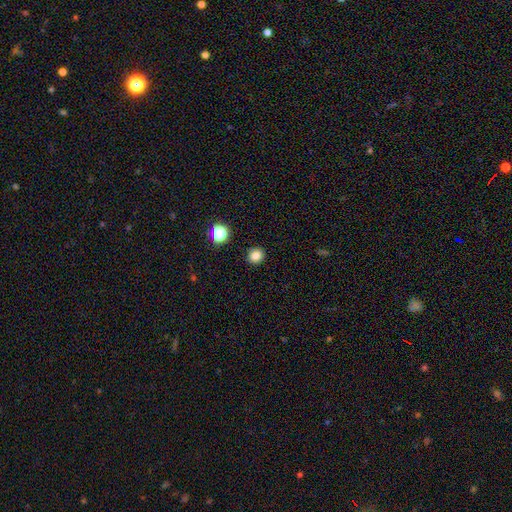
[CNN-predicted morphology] Smooth or featured: smooth — 82% (star or artifact — 14%)
How rounded: round — 84% (in between — 15%)
Merging: none — 91% (minor disturbance — 6%)